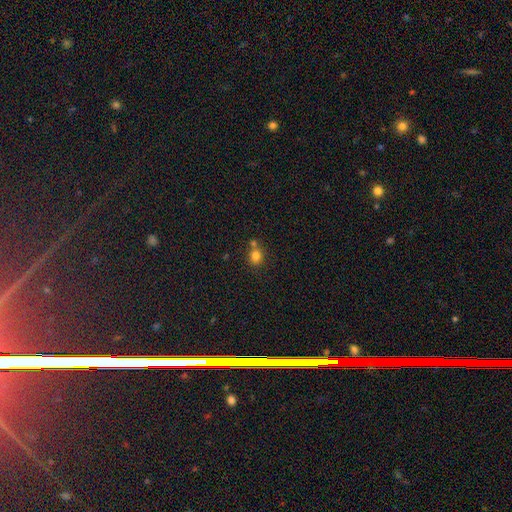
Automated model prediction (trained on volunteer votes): A smooth galaxy with no disk features (80%) that is round (81%).

Vote fractions:
- Smooth or featured? smooth: 80% / star or artifact: 13% / featured or disk: 7%
- How rounded? round: 81% / in between: 18% / cigar-shaped: 1%
- Merging? none: 58% / merger: 30% / minor disturbance: 9% / major disturbance: 3%